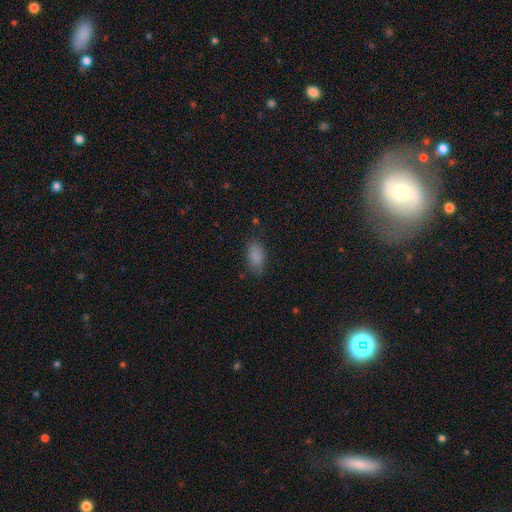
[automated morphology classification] The model was most divided on "merging": none: 76%, minor disturbance: 18%, major disturbance: 5%, merger: 1%. More confident: how rounded — in between (91%); smooth or featured — smooth (85%).